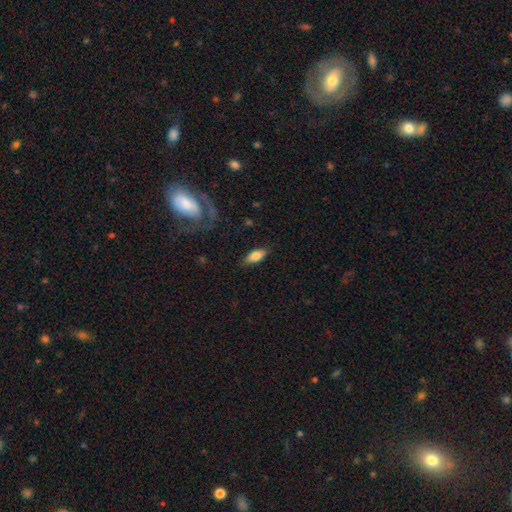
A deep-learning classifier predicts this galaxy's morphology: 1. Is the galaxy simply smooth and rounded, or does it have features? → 81% smooth, 12% featured or disk, 7% star or artifact.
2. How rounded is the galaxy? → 84% in between, 14% cigar-shaped, 2% round.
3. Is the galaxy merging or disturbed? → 83% none, 12% minor disturbance, 3% major disturbance, 1% merger.